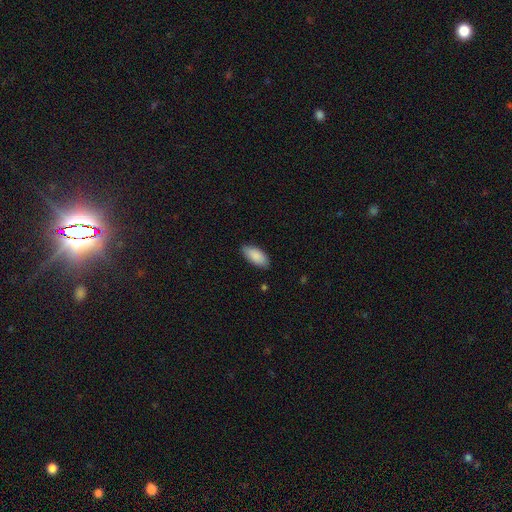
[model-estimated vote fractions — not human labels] Smooth or featured?
  - smooth: 89% *
  - star or artifact: 6%
  - featured or disk: 6%
How rounded?
  - in between: 89% *
  - cigar-shaped: 9%
  - round: 2%
Merging?
  - none: 86% *
  - minor disturbance: 11%
  - major disturbance: 2%
  - merger: 1%